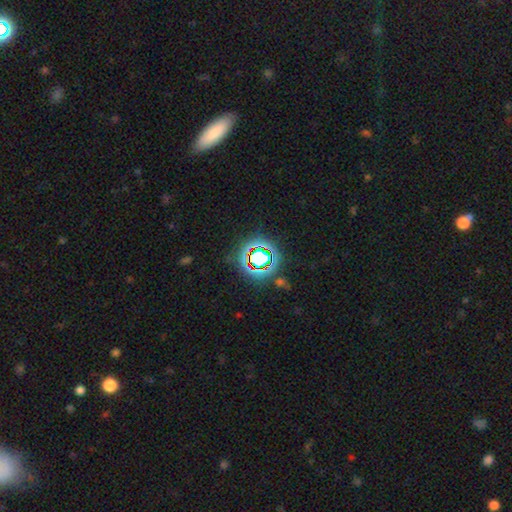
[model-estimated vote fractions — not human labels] This appears to be a star or artifact, not a galaxy (68%).